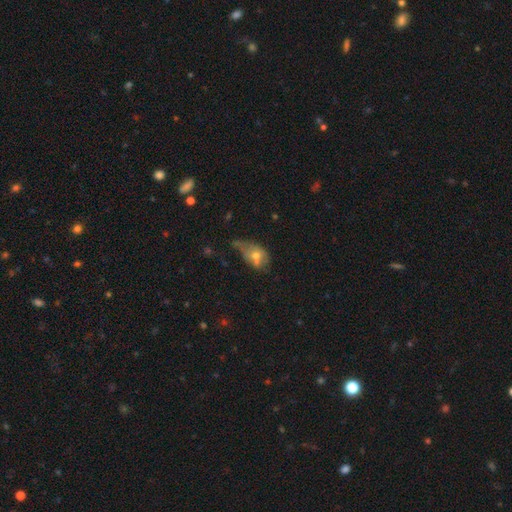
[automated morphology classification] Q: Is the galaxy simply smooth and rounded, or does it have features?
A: smooth — 58%.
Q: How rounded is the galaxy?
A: in between — 77%.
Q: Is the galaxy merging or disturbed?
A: major disturbance — 27%.